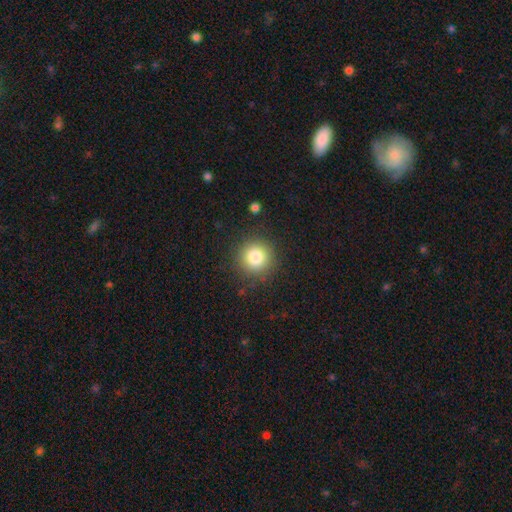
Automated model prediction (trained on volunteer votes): smooth-or-featured: smooth: 83% | star or artifact: 11% | featured or disk: 6%
  how-rounded: round: 94% | in between: 5% | cigar-shaped: 1%
  merging: none: 89% | minor disturbance: 7% | major disturbance: 3% | merger: 1%